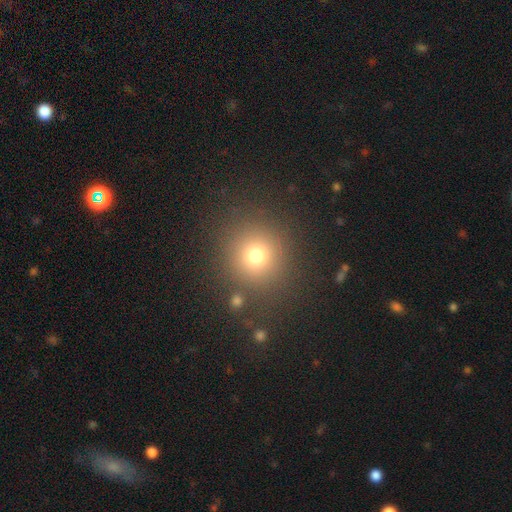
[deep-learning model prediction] Q: Smooth or featured?
A: smooth (74%); runner-up: star or artifact (17%)
Q: How rounded?
A: round (92%); runner-up: in between (7%)
Q: Merging?
A: none (86%); runner-up: minor disturbance (7%)